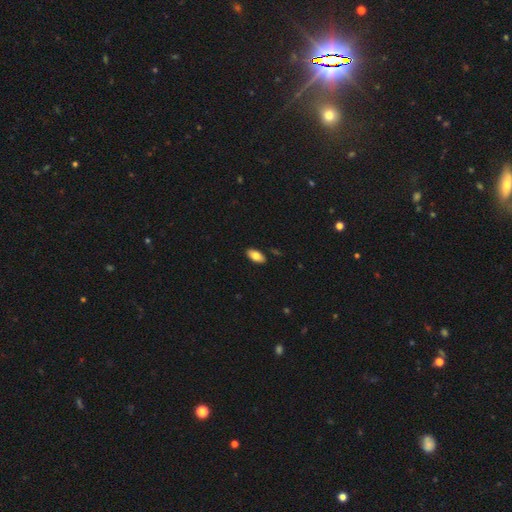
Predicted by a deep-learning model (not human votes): Overall: smooth (79%). How rounded: in between (92%). Merging: none (89%).